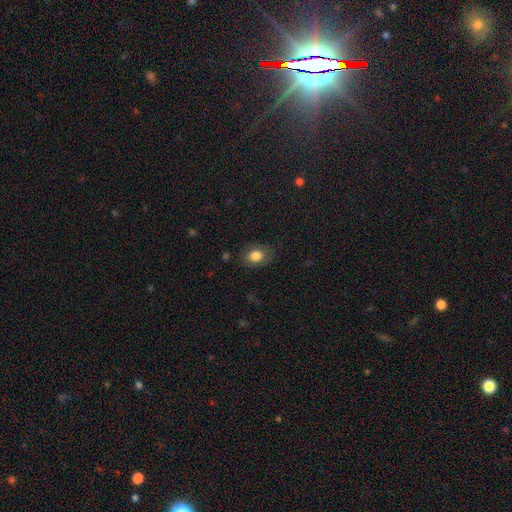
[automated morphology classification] Overall: smooth (81%). How rounded: in between (68%; round 31%). Merging: none (80%).